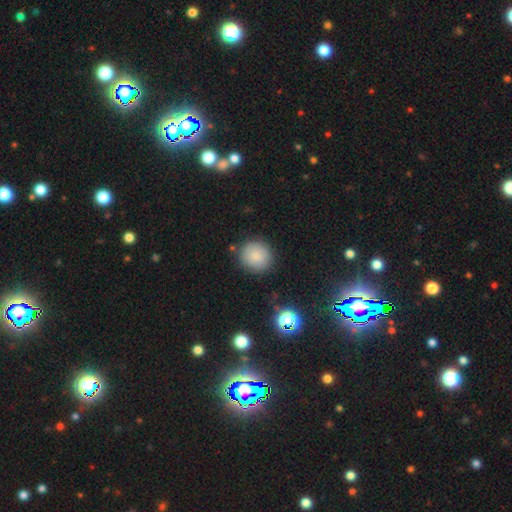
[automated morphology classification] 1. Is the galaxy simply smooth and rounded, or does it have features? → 84% smooth, 10% star or artifact, 7% featured or disk.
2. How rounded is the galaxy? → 89% round, 10% in between, 1% cigar-shaped.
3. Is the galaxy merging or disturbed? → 85% none, 10% minor disturbance, 3% major disturbance, 2% merger.